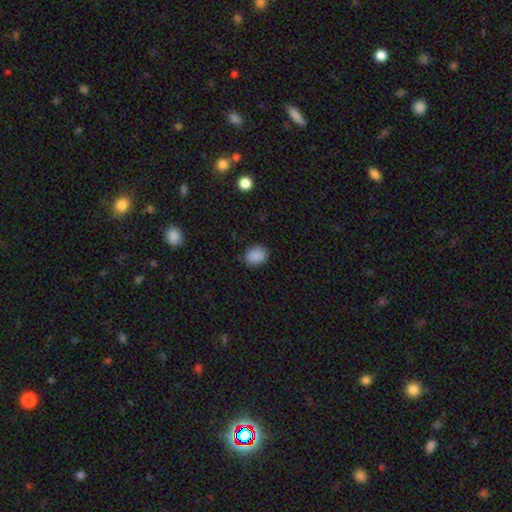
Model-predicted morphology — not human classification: Smooth or featured? Predicted: smooth (p=0.88). How rounded? Predicted: round (p=0.53). Merging? Predicted: none (p=0.83).